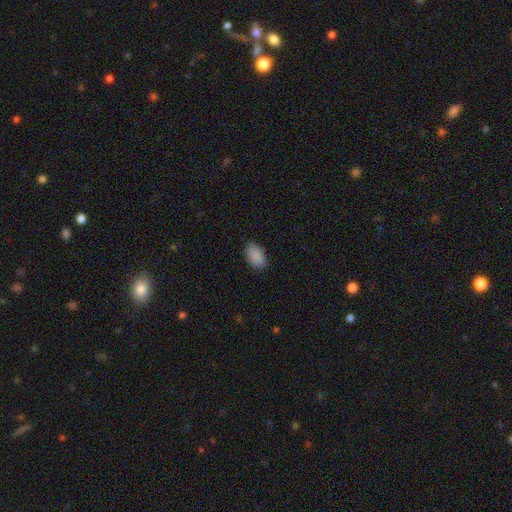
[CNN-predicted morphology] smooth_or_featured: smooth (p=0.90) [alt: star or artifact p=0.07]
how_rounded: in between (p=0.92) [alt: round p=0.06]
merging: none (p=0.85) [alt: minor disturbance p=0.12]